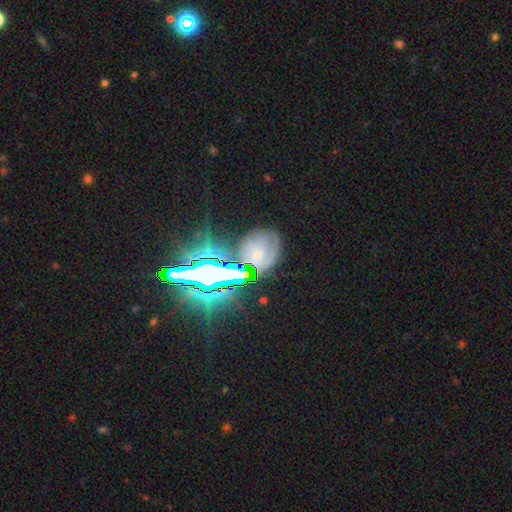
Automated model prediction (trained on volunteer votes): Smooth or featured? Predicted: featured or disk (p=0.47). Merging? Predicted: none (p=0.61).